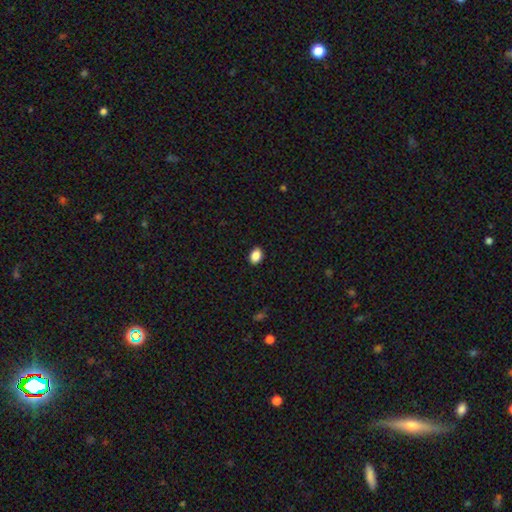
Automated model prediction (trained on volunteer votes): Q: Smooth or featured?
A: smooth (88%); runner-up: star or artifact (8%)
Q: How rounded?
A: in between (80%); runner-up: round (19%)
Q: Merging?
A: none (90%); runner-up: minor disturbance (8%)